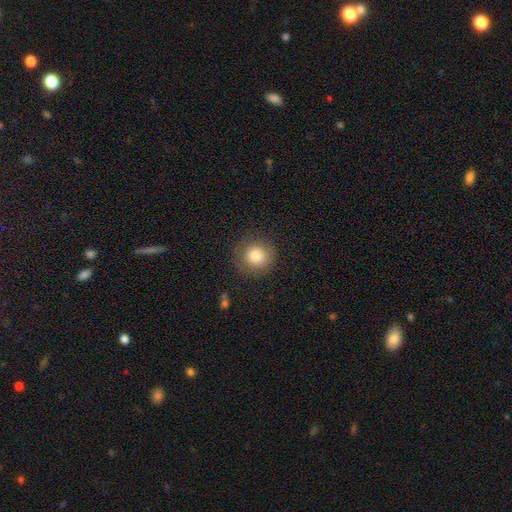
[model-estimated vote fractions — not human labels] smooth-or-featured: smooth: 80% | featured or disk: 10% | star or artifact: 10%
  how-rounded: round: 93% | in between: 6% | cigar-shaped: 1%
  merging: none: 83% | minor disturbance: 11% | major disturbance: 5% | merger: 1%